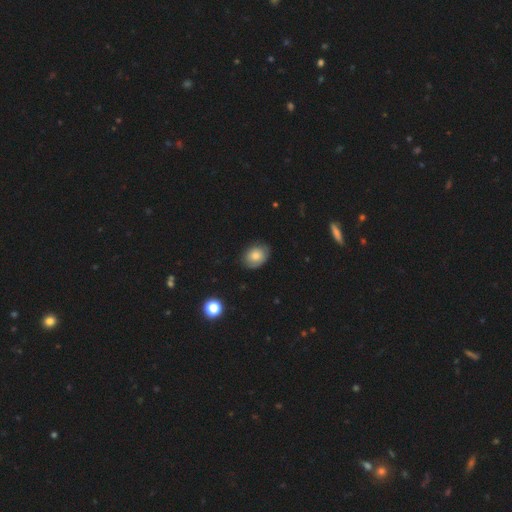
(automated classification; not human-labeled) Morphology: type=smooth (72%); roundness=in between (67%); merging=none (78%).